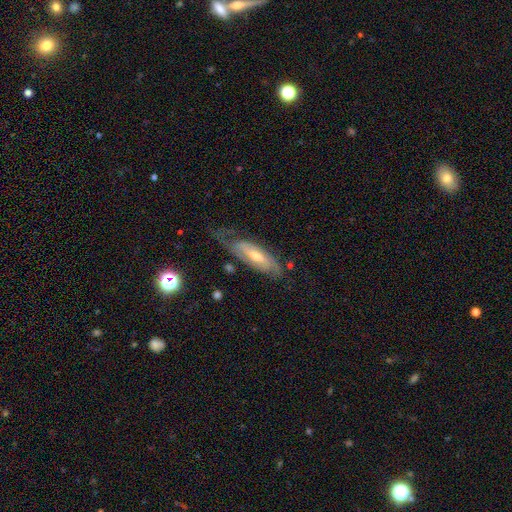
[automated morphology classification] Smooth or featured? Predicted: featured or disk (p=0.73). Edge-on disk? Predicted: no (p=0.78). Bar? Predicted: weak (p=0.41). Spiral arms? Predicted: yes (p=0.87). Bulge size? Predicted: moderate (p=0.58). Merging? Predicted: none (p=0.55).